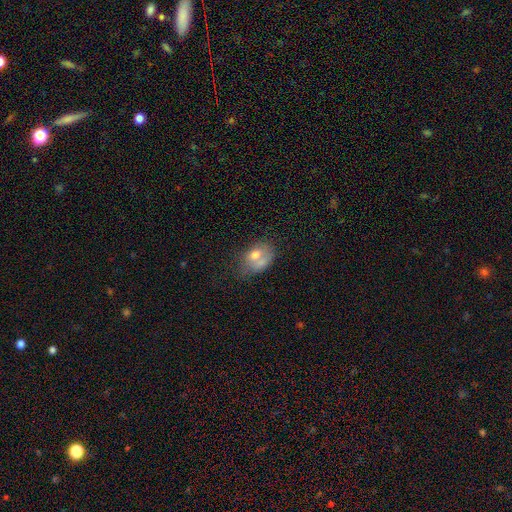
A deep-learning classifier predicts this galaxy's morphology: smooth-or-featured: smooth: 64% | featured or disk: 26% | star or artifact: 9%
  how-rounded: in between: 71% | round: 28% | cigar-shaped: 1%
  merging: merger: 32% | none: 27% | minor disturbance: 22% | major disturbance: 19%